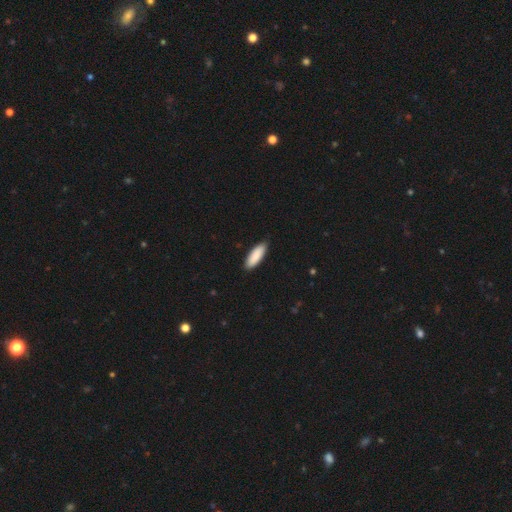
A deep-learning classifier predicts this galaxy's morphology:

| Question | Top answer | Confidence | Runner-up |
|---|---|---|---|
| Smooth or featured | smooth | 89% | featured or disk (6%) |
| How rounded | in between | 60% | cigar-shaped (38%) |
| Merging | none | 88% | minor disturbance (10%) |